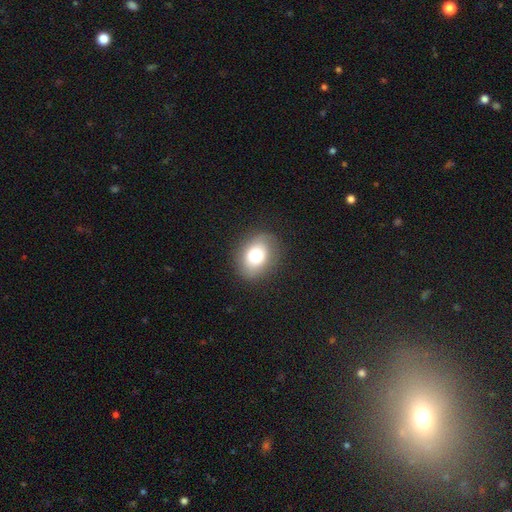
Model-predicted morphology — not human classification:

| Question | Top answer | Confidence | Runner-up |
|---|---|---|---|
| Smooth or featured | smooth | 73% | featured or disk (17%) |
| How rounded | in between | 56% | round (43%) |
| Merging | none | 83% | minor disturbance (12%) |